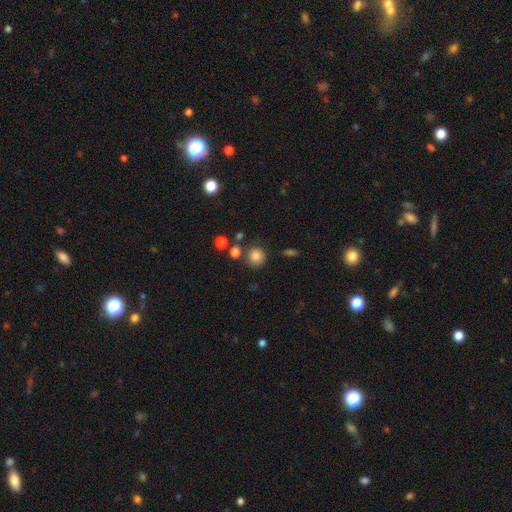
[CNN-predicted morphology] The model was most divided on "merging": none: 78%, minor disturbance: 10%, merger: 8%, major disturbance: 4%. More confident: how rounded — round (90%); smooth or featured — smooth (83%).